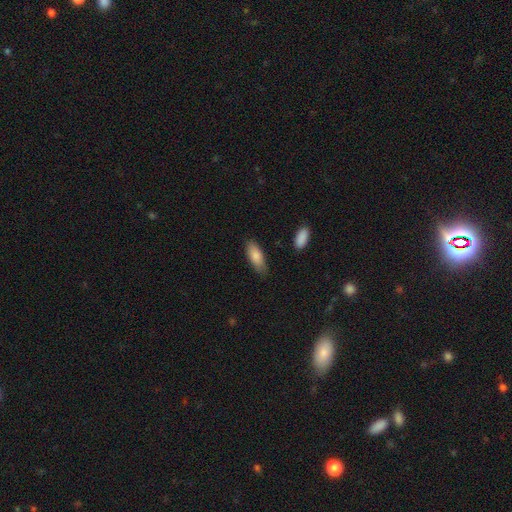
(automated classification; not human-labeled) A smooth galaxy with no disk features (84%) that is in between round and cigar-shaped (73%). Merging: none (79%).